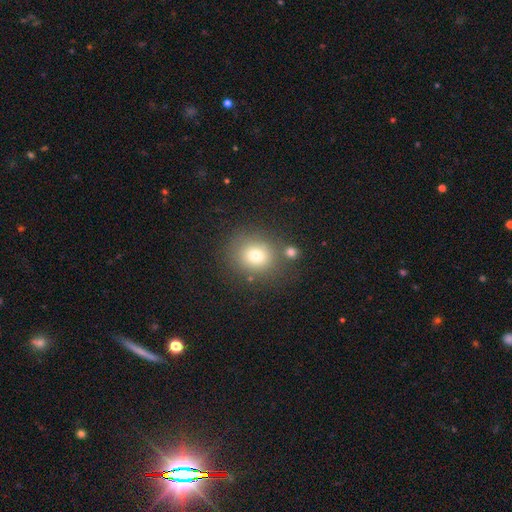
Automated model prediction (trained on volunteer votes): This is likely a smooth galaxy (75%). How rounded: clearly round (80%). Merging: likely none (74%).